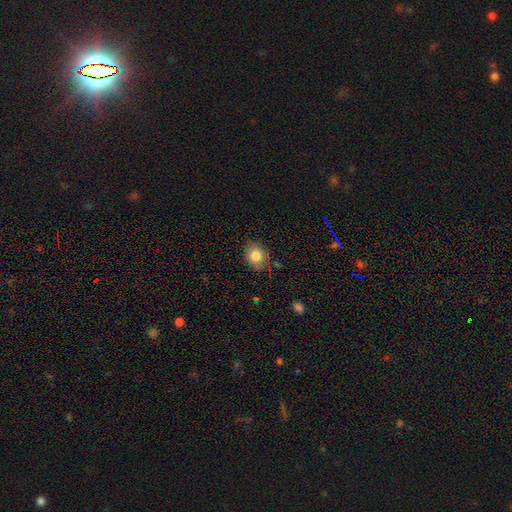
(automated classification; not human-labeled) The model was most divided on "how rounded": in between: 56%, round: 43%, cigar-shaped: 1%. More confident: merging — none (83%); smooth or featured — smooth (81%).